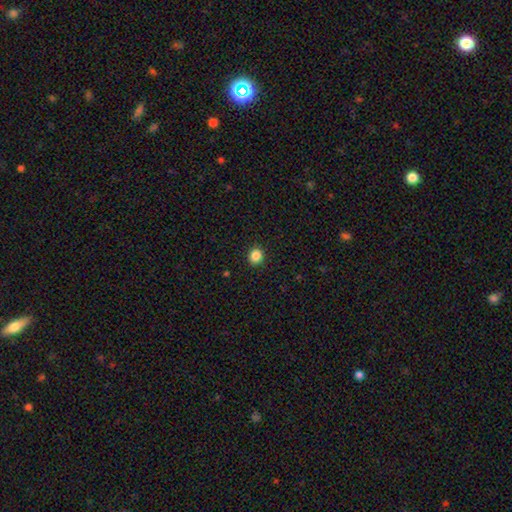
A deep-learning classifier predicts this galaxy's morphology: Q: Smooth or featured?
A: smooth (86%); runner-up: star or artifact (11%)
Q: How rounded?
A: round (83%); runner-up: in between (16%)
Q: Merging?
A: none (92%); runner-up: minor disturbance (5%)